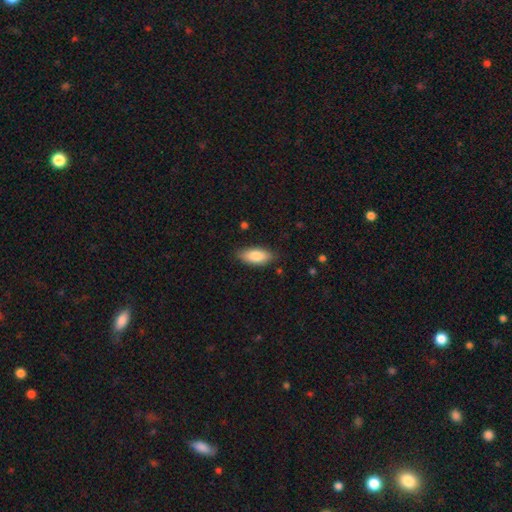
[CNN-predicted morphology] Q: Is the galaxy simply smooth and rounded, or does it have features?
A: smooth — 82%.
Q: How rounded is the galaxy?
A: in between — 84%.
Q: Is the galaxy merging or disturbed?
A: none — 84%.